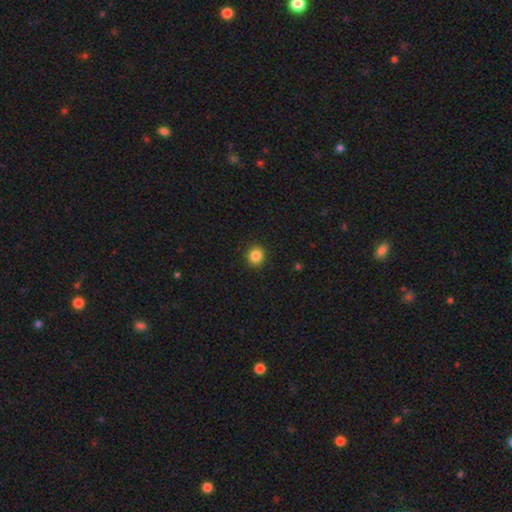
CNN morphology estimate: The model was most divided on "smooth or featured": smooth: 85%, star or artifact: 11%, featured or disk: 4%. More confident: merging — none (92%); how rounded — round (90%).